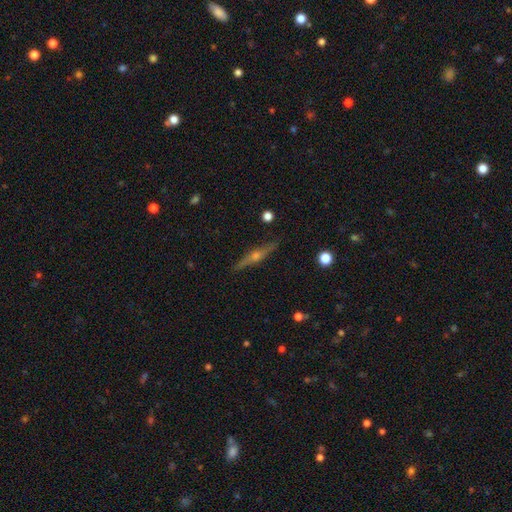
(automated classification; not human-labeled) smooth-or-featured: featured or disk: 80% | smooth: 13% | star or artifact: 7%
  disk-edge-on: yes: 97% | no: 3%
    edge-on-bulge: rounded: 92% | boxy: 4% | none: 4%
  merging: none: 89% | minor disturbance: 8% | major disturbance: 2% | merger: 1%